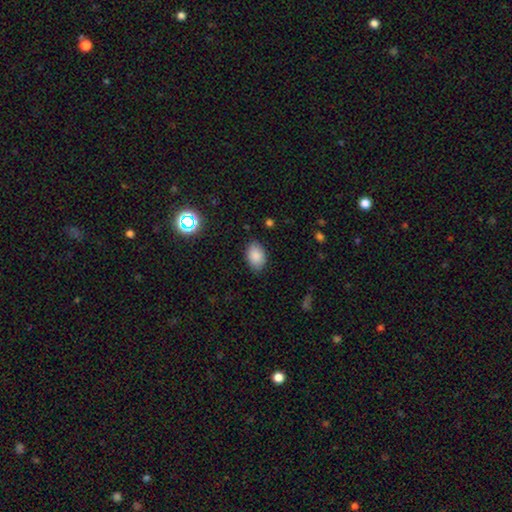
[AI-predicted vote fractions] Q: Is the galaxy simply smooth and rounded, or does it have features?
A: smooth — 86%.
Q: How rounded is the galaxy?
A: in between — 87%.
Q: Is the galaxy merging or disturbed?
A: none — 84%.